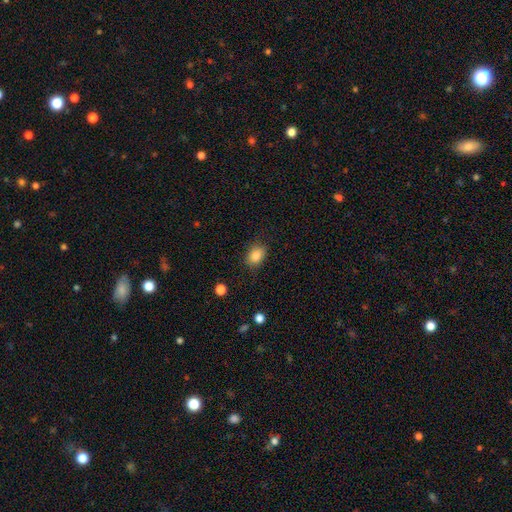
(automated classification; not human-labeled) smooth 85%, star or artifact 9%, featured or disk 6%. Down the decision tree: how rounded — in between (71%); merging — none (82%).